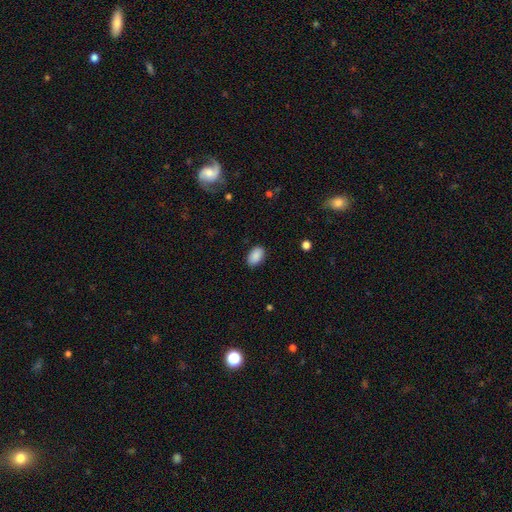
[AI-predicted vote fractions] smooth-or-featured: smooth: 90% | star or artifact: 7% | featured or disk: 4%
  how-rounded: in between: 92% | round: 7% | cigar-shaped: 1%
  merging: none: 87% | minor disturbance: 10% | major disturbance: 2% | merger: 1%